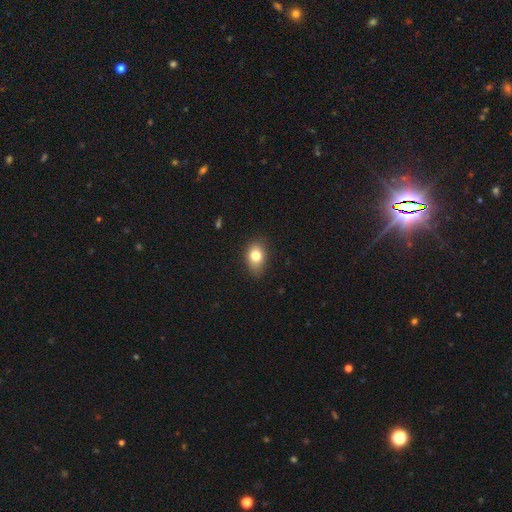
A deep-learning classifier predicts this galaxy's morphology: A smooth galaxy with no disk features (79%) that is in between round and cigar-shaped (77%).

Vote fractions:
- Smooth or featured? smooth: 79% / featured or disk: 11% / star or artifact: 10%
- How rounded? in between: 77% / round: 22% / cigar-shaped: 1%
- Merging? none: 74% / minor disturbance: 20% / major disturbance: 4% / merger: 1%